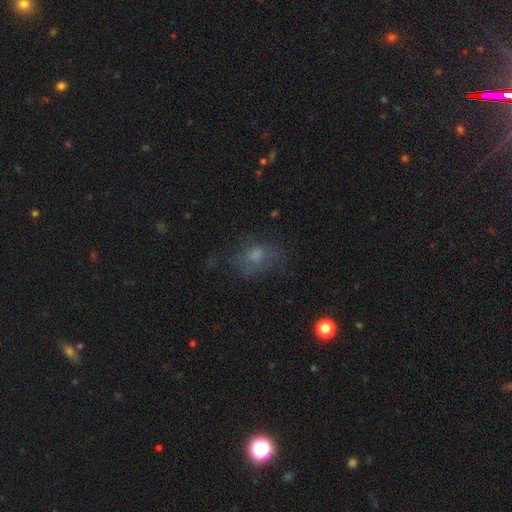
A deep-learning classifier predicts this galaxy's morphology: smooth-or-featured: smooth: 54% | featured or disk: 25% | star or artifact: 20%
  how-rounded: in between: 61% | round: 37% | cigar-shaped: 2%
  merging: none: 60% | minor disturbance: 21% | major disturbance: 16% | merger: 2%